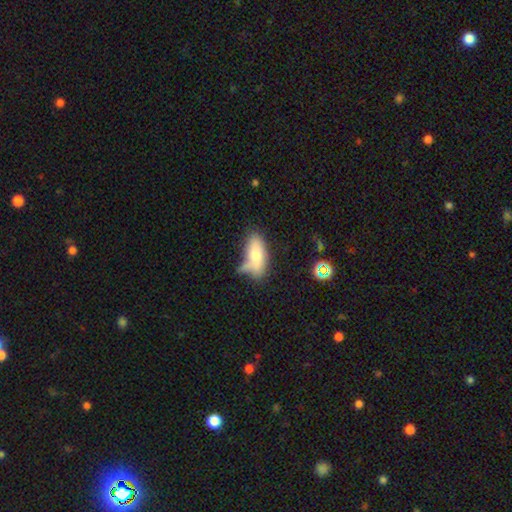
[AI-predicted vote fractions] Q: Smooth or featured?
A: smooth (71%); runner-up: featured or disk (20%)
Q: How rounded?
A: in between (84%); runner-up: cigar-shaped (13%)
Q: Merging?
A: none (43%); runner-up: minor disturbance (25%)